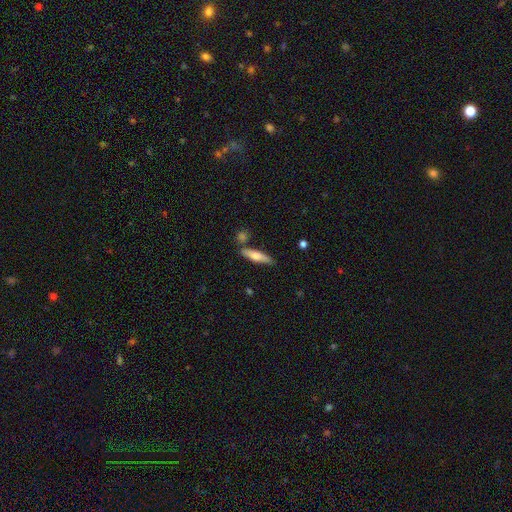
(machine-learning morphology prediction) A smooth galaxy with no disk features (62%) that is cigar-shaped (76%). Merging: none (74%).